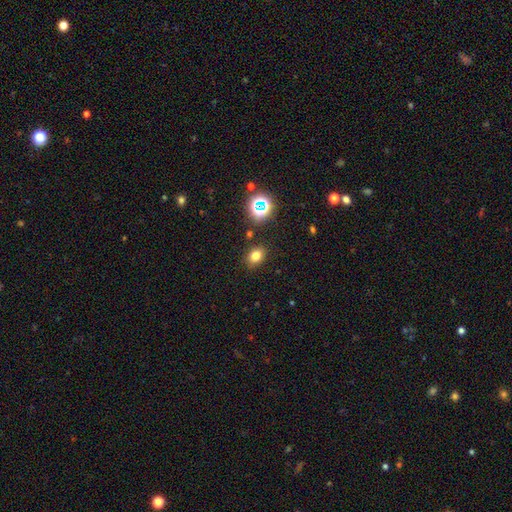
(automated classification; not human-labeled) smooth_or_featured: smooth (p=0.75) [alt: star or artifact p=0.18]
how_rounded: in between (p=0.57) [alt: round p=0.42]
merging: none (p=0.84) [alt: minor disturbance p=0.10]